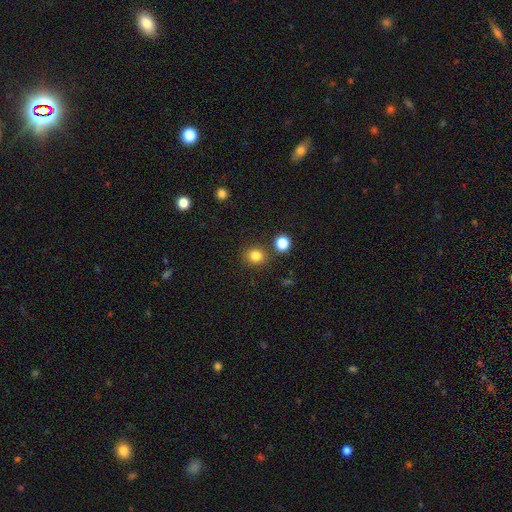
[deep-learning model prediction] Smooth or featured? smooth (82%)
How rounded? round (85%)
Merging? none (83%)